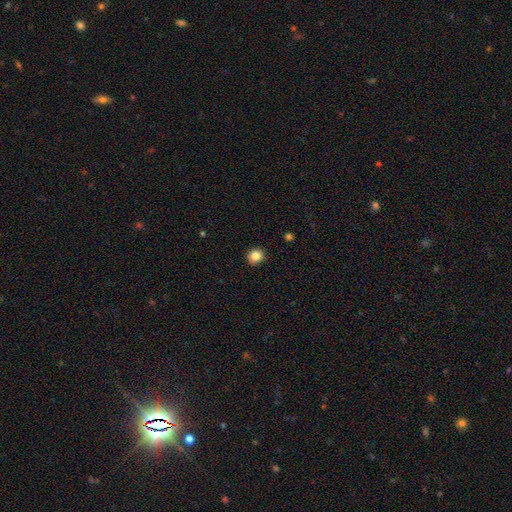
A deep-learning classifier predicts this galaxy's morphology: Smooth or featured?
  - smooth: 84% *
  - star or artifact: 10%
  - featured or disk: 5%
How rounded?
  - round: 83% *
  - in between: 16%
  - cigar-shaped: 1%
Merging?
  - none: 91% *
  - minor disturbance: 6%
  - major disturbance: 2%
  - merger: 1%